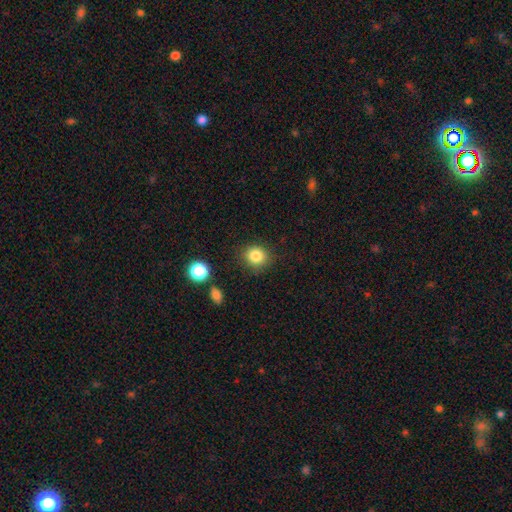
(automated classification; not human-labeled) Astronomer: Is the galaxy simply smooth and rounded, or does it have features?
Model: smooth — 84%.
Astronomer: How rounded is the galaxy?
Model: round — 84%.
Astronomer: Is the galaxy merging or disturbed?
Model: none — 85%.